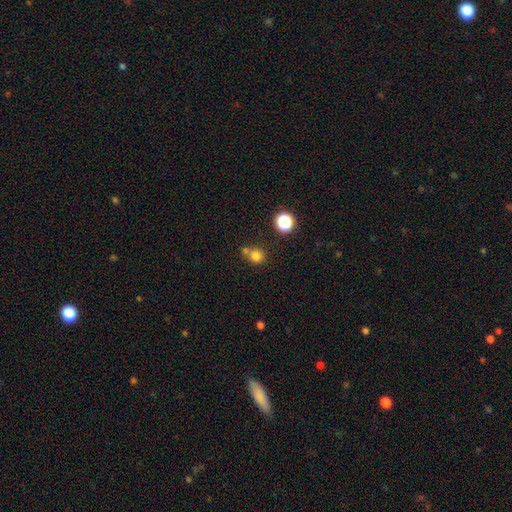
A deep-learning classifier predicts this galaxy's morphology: This is likely a smooth galaxy (78%). How rounded: clearly round (88%). Merging: possibly none (59%).